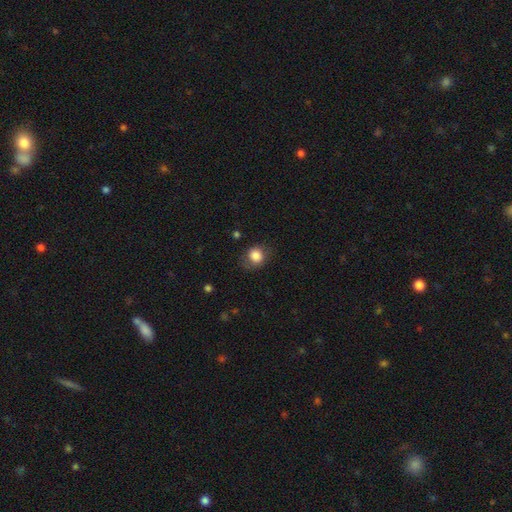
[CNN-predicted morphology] The model was most divided on "merging": none: 70%, minor disturbance: 21%, major disturbance: 8%, merger: 1%. More confident: smooth or featured — smooth (84%); how rounded — round (75%).